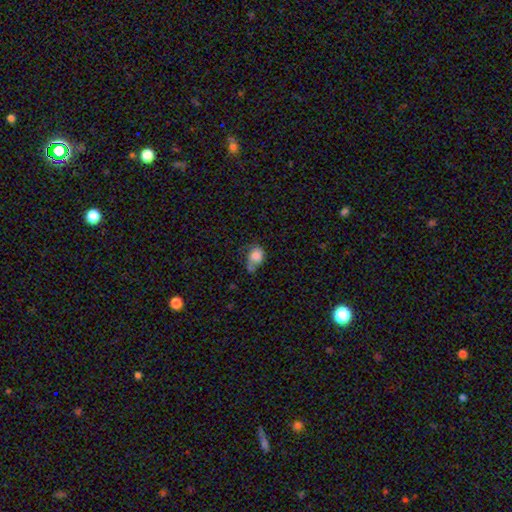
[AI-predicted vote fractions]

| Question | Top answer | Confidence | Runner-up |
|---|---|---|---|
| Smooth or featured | smooth | 80% | featured or disk (11%) |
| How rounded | in between | 61% | round (38%) |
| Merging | minor disturbance | 33% | none (32%) |